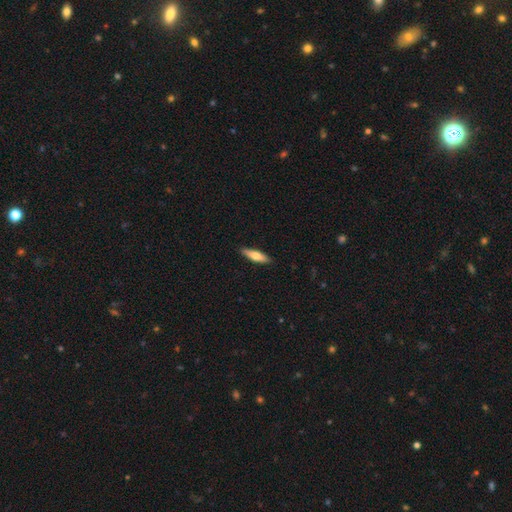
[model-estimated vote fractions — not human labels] Morphology: type=smooth (62%); roundness=cigar-shaped (64%); merging=none (90%).